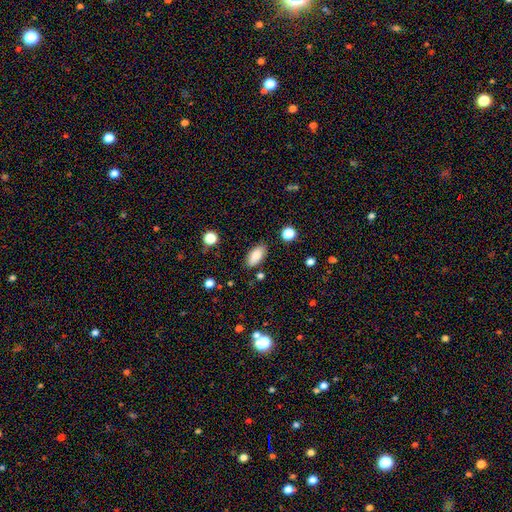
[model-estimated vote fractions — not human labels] Smooth or featured: smooth — 86% (star or artifact — 7%)
How rounded: in between — 88% (cigar-shaped — 9%)
Merging: none — 84% (minor disturbance — 11%)